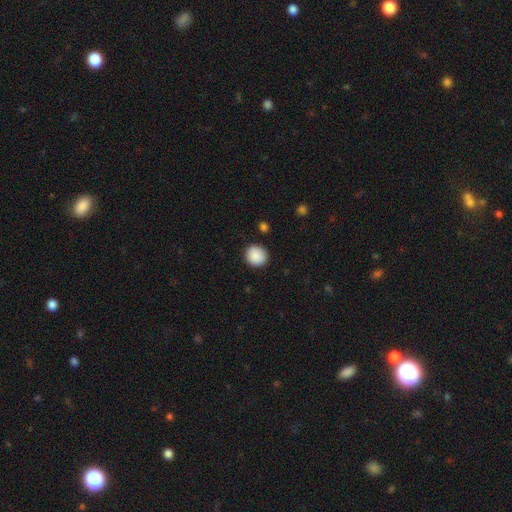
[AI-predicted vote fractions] A smooth galaxy with no disk features (89%) that is round (89%). Merging: none (89%).